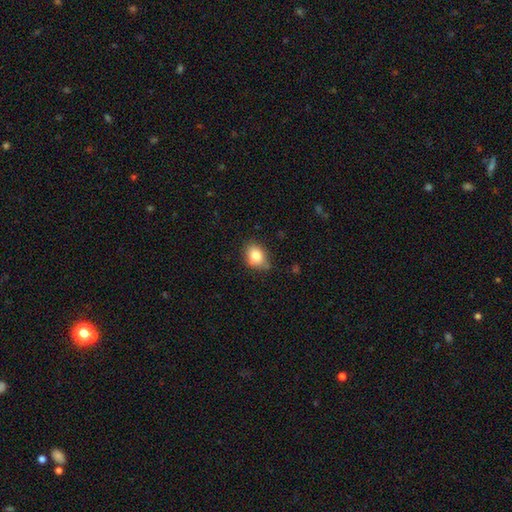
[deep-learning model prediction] Morphology: type=smooth (82%); roundness=in between (63%); merging=none (70%).